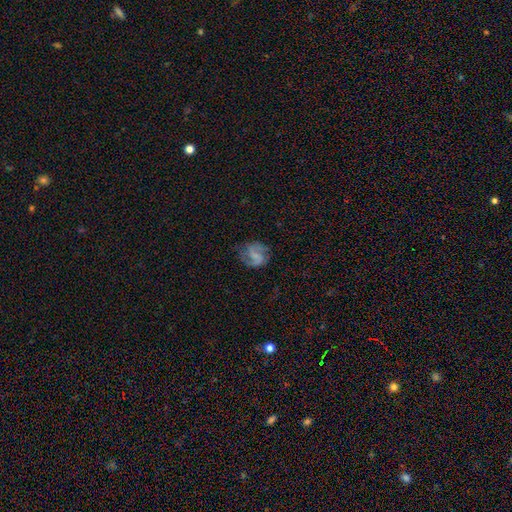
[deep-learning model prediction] smooth_or_featured: featured or disk (p=0.67) [alt: smooth p=0.25]
disk_edge_on: no (p=0.98) [alt: yes p=0.02]
bar: weak (p=0.46) [alt: no p=0.36]
has_spiral_arms: yes (p=0.92) [alt: no p=0.08]
spiral_winding: medium (p=0.50) [alt: loose p=0.29]
spiral_arm_count: 2 (p=0.84) [alt: can't tell p=0.07]
bulge_size: none (p=0.44) [alt: small p=0.36]
merging: none (p=0.70) [alt: minor disturbance p=0.18]